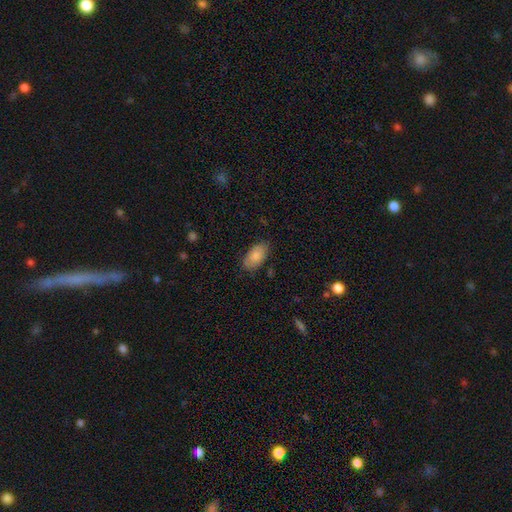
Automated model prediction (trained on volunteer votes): Q: Smooth or featured?
A: smooth (83%); runner-up: featured or disk (11%)
Q: How rounded?
A: in between (94%); runner-up: cigar-shaped (3%)
Q: Merging?
A: none (79%); runner-up: minor disturbance (16%)